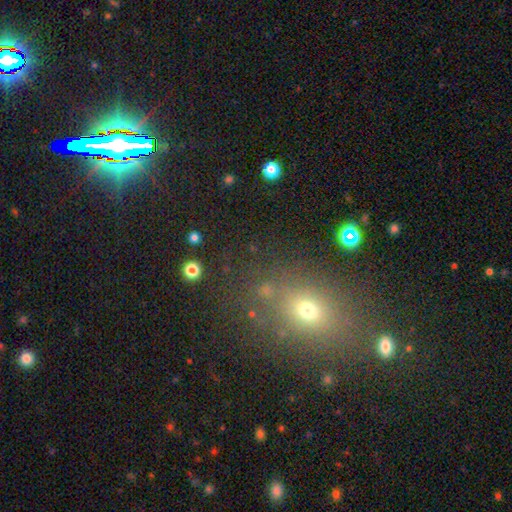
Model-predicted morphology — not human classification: A smooth galaxy with no disk features (49%).

Vote fractions:
- Smooth or featured? smooth: 49% / star or artifact: 39% / featured or disk: 12%
- Merging? none: 78% / minor disturbance: 11% / merger: 6% / major disturbance: 5%